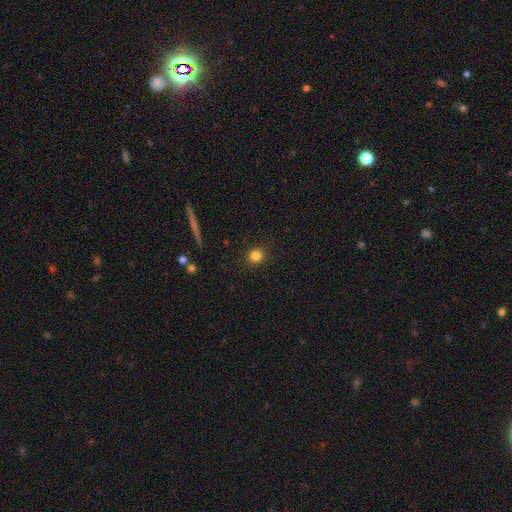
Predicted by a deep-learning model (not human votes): smooth-or-featured: smooth: 83% | star or artifact: 12% | featured or disk: 5%
  how-rounded: round: 91% | in between: 8% | cigar-shaped: 1%
  merging: none: 91% | minor disturbance: 6% | major disturbance: 2% | merger: 1%